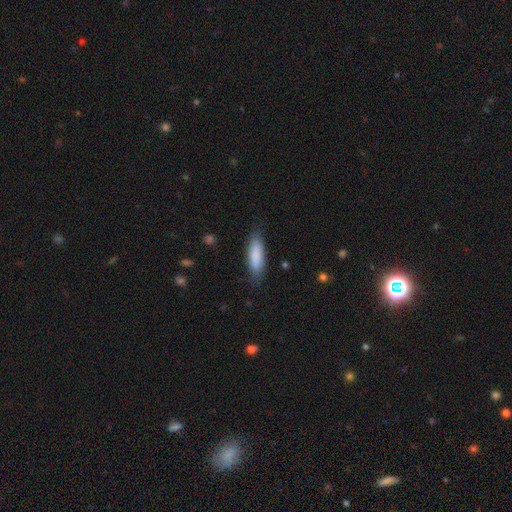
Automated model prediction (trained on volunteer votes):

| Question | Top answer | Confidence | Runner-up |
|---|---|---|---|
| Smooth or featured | smooth | 86% | featured or disk (8%) |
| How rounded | cigar-shaped | 50% | in between (49%) |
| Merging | none | 80% | minor disturbance (15%) |